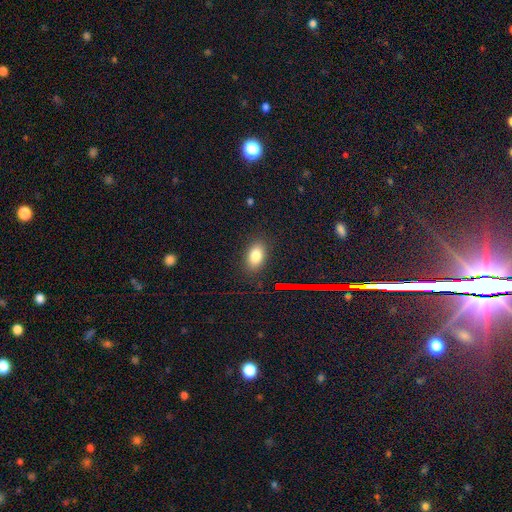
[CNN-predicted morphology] type=smooth (78%); roundness=in between (87%); merging=none (86%).